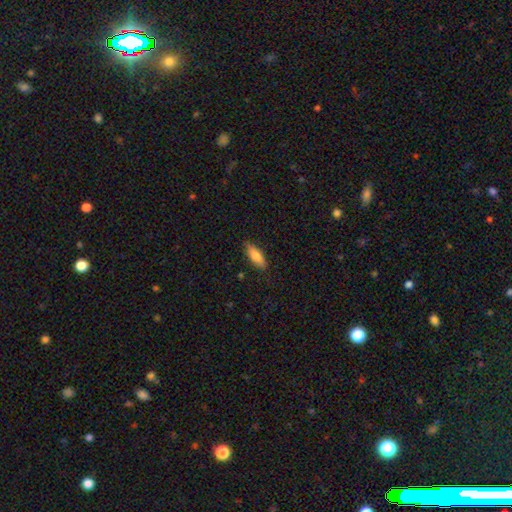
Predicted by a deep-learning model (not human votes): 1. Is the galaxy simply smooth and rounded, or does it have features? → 79% smooth, 15% featured or disk, 6% star or artifact.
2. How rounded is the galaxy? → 63% in between, 35% cigar-shaped, 2% round.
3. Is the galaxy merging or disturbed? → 86% none, 11% minor disturbance, 2% major disturbance, 1% merger.